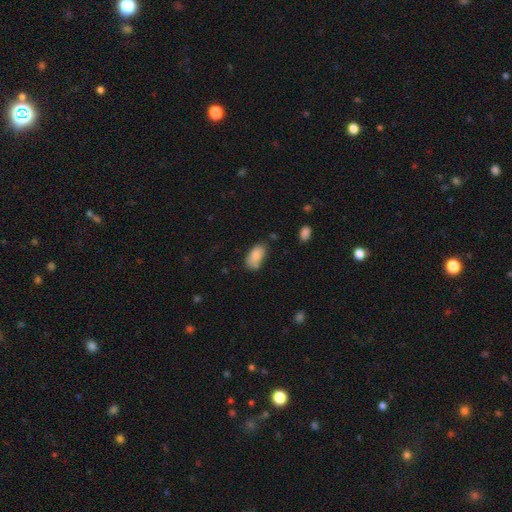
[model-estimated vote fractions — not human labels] smooth_or_featured: smooth (p=0.84) [alt: featured or disk p=0.09]
how_rounded: in between (p=0.93) [alt: cigar-shaped p=0.04]
merging: none (p=0.59) [alt: minor disturbance p=0.27]